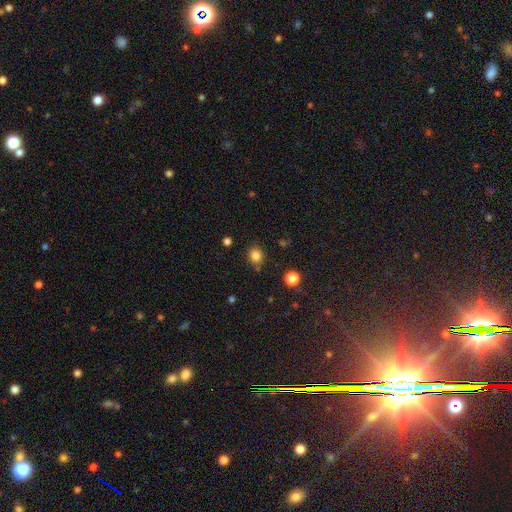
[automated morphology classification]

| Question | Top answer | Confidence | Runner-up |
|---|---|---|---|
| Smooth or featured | smooth | 83% | star or artifact (13%) |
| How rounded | round | 83% | in between (16%) |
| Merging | none | 78% | minor disturbance (14%) |